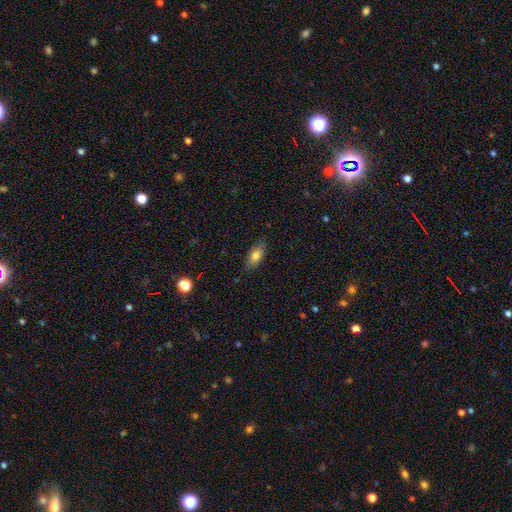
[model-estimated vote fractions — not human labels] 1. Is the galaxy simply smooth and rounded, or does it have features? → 78% smooth, 15% featured or disk, 8% star or artifact.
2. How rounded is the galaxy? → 85% in between, 11% cigar-shaped, 4% round.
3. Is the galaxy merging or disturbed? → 80% none, 16% minor disturbance, 3% major disturbance, 1% merger.